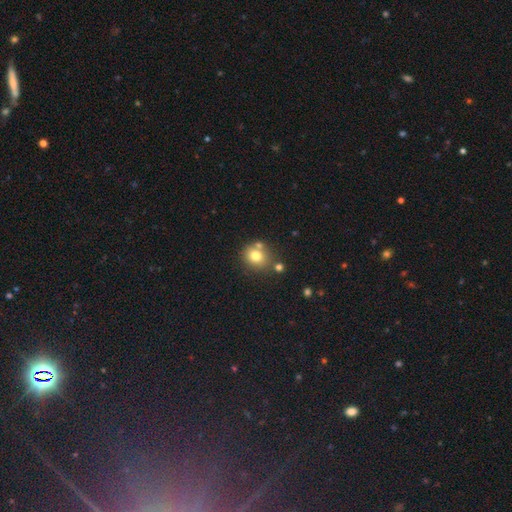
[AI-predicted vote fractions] A smooth galaxy with no disk features (76%) that is round (75%).

Vote fractions:
- Smooth or featured? smooth: 76% / star or artifact: 13% / featured or disk: 11%
- How rounded? round: 75% / in between: 24% / cigar-shaped: 1%
- Merging? none: 67% / merger: 17% / minor disturbance: 12% / major disturbance: 4%